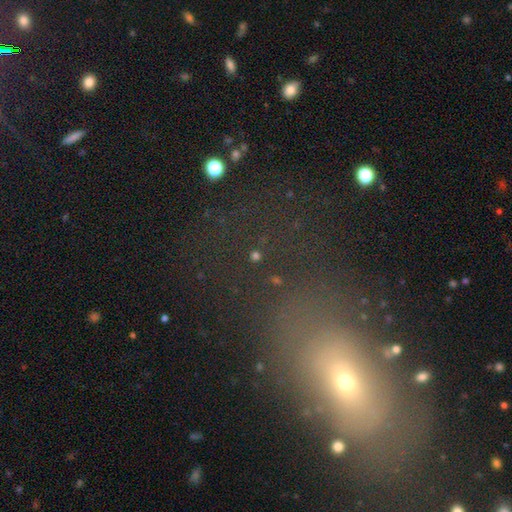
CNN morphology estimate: Smooth or featured? Predicted: star or artifact (p=0.46).